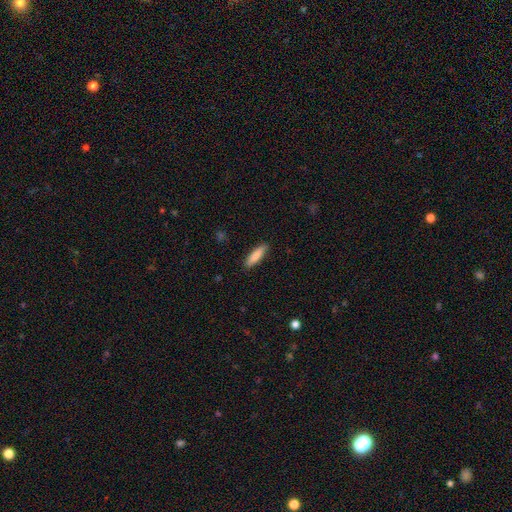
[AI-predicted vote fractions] Smooth or featured: smooth — 84% (featured or disk — 10%)
How rounded: cigar-shaped — 70% (in between — 28%)
Merging: none — 89% (minor disturbance — 8%)